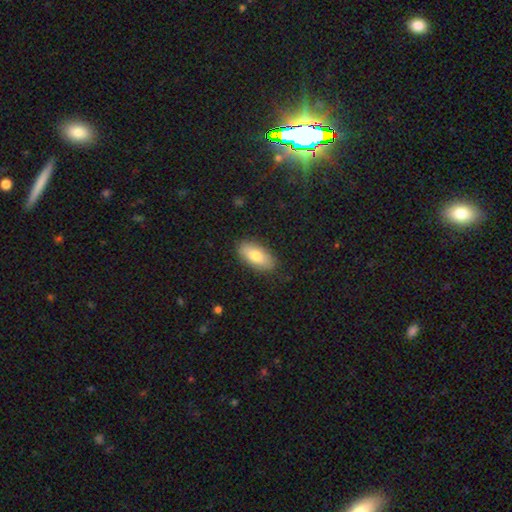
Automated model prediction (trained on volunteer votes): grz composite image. It shows a smooth galaxy with no disk features (78%) that is in between round and cigar-shaped (88%). Merging: none (87%).